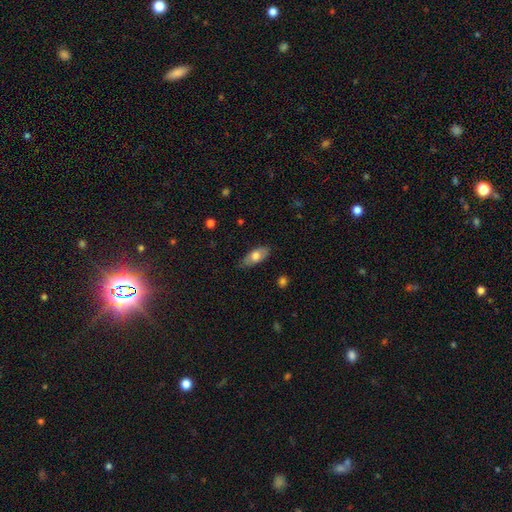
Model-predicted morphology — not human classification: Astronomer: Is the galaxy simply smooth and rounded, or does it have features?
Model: smooth — 70%.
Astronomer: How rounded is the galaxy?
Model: in between — 86%.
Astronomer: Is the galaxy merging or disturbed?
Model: none — 77%.